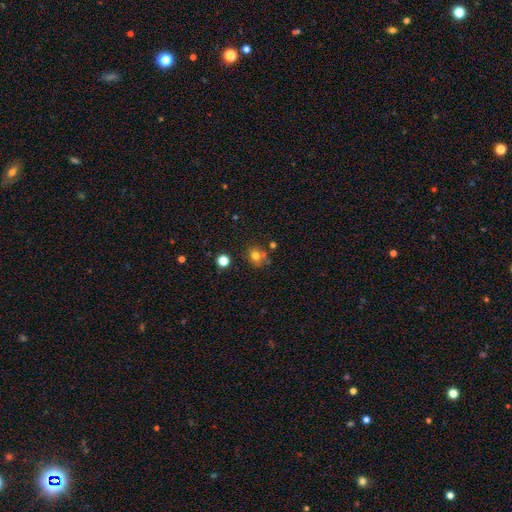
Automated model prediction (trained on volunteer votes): smooth_or_featured: smooth (p=0.69) [alt: star or artifact p=0.17]
how_rounded: round (p=0.72) [alt: in between p=0.27]
merging: none (p=0.61) [alt: merger p=0.17]